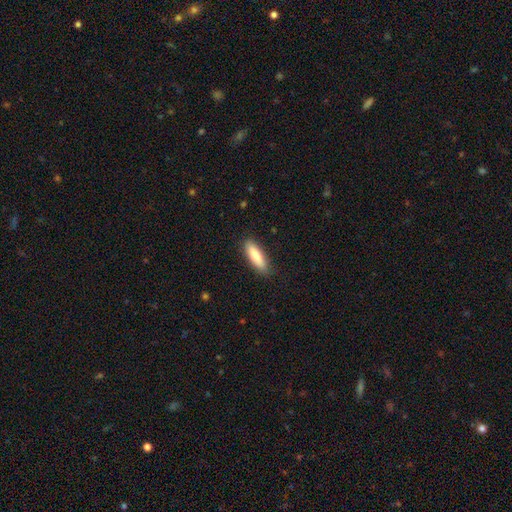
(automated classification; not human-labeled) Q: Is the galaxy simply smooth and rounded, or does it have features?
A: smooth — 83%.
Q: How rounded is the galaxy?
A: cigar-shaped — 58%.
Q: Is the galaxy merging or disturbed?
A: none — 87%.